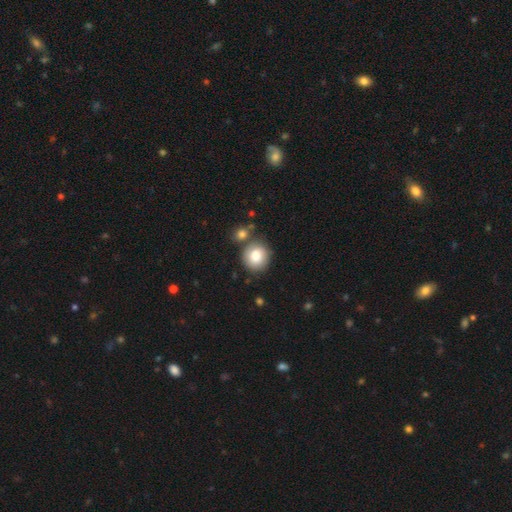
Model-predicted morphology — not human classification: This is clearly a smooth galaxy (83%). How rounded: clearly round (86%). Merging: likely none (71%).